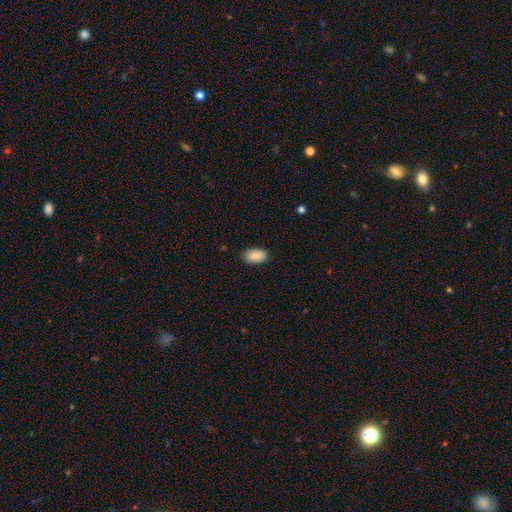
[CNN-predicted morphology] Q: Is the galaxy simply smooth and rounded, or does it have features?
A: smooth — 90%.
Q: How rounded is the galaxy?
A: in between — 94%.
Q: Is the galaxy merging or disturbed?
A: none — 86%.